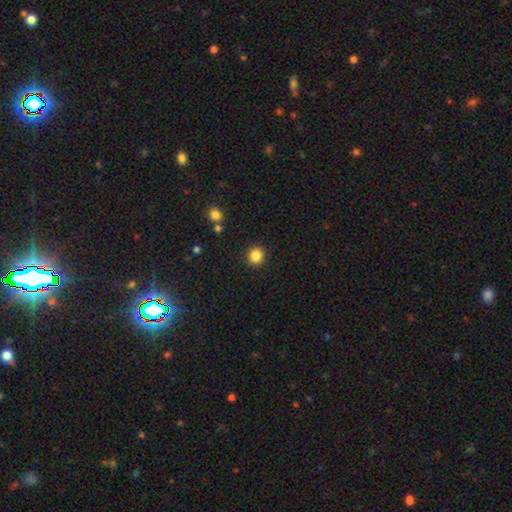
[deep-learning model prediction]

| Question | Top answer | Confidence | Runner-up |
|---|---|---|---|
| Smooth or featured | smooth | 85% | star or artifact (11%) |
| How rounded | round | 89% | in between (10%) |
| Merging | none | 91% | minor disturbance (5%) |